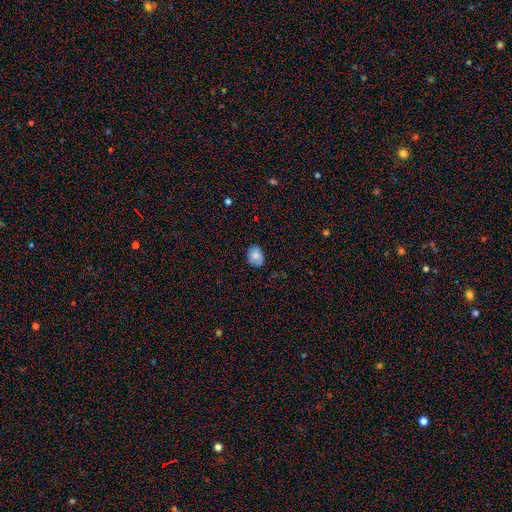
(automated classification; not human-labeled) The model was most divided on "how rounded": in between: 56%, round: 43%, cigar-shaped: 1%. More confident: smooth or featured — smooth (82%); merging — none (77%).